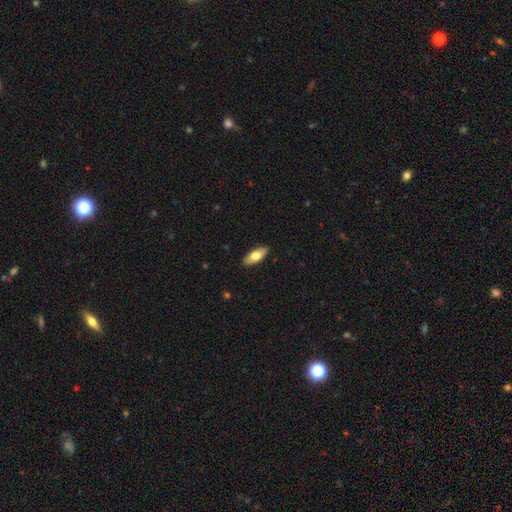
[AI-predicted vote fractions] Q: Smooth or featured?
A: smooth (74%); runner-up: featured or disk (20%)
Q: How rounded?
A: in between (83%); runner-up: cigar-shaped (15%)
Q: Merging?
A: none (89%); runner-up: minor disturbance (8%)